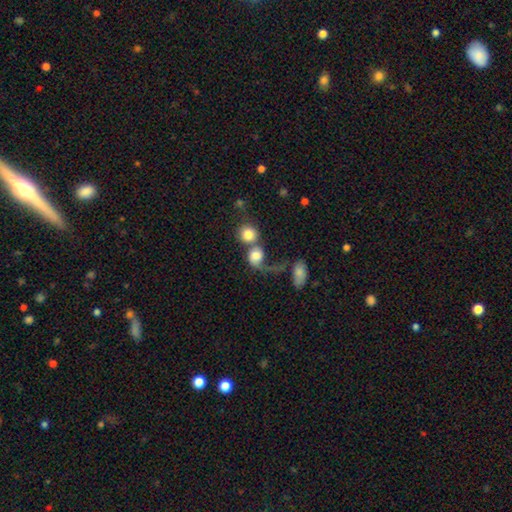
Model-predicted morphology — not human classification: Smooth or featured: smooth — 67% (featured or disk — 23%)
How rounded: round — 67% (in between — 31%)
Merging: merger — 61% (none — 16%)